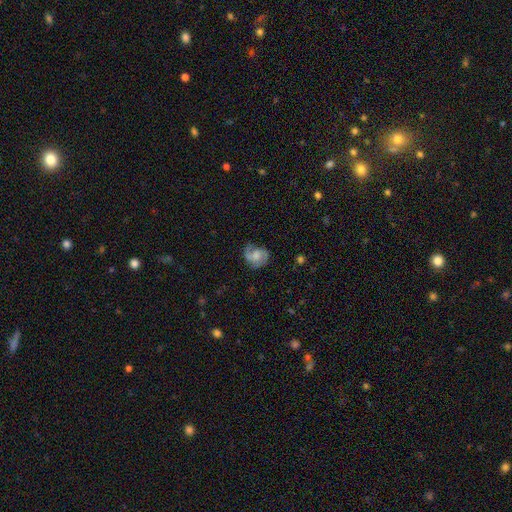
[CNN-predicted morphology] Overall: featured or disk (56%; smooth 36%). Edge-on disk: no (97%). Bar: no (64%; weak 31%). Spiral arms: yes (86%). Bulge size: moderate (42%; small 27%). Merging: none (59%; minor disturbance 25%).